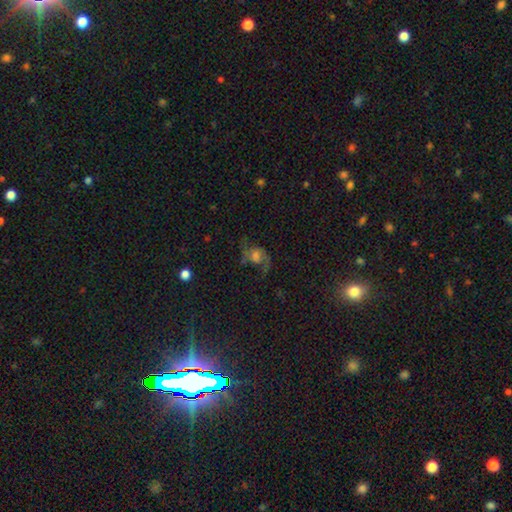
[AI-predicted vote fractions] A featured or disk galaxy (63%) with no bar (65%), 2 (86%) loose (59%) spiral arms (89%) and a moderate central bulge (47%). Merging: none (58%).